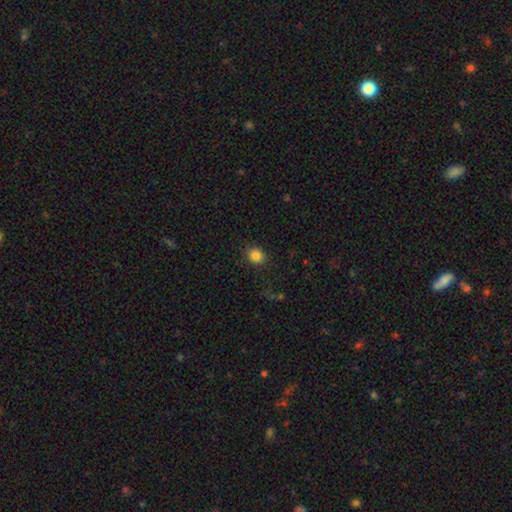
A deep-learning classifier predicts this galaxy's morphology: This is clearly a smooth galaxy (84%). How rounded: likely round (75%). Merging: clearly none (86%).